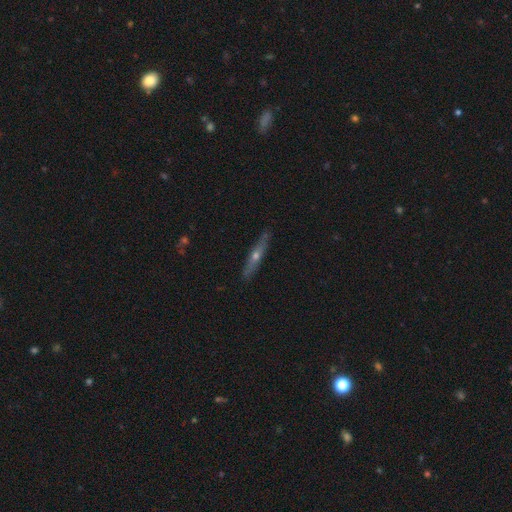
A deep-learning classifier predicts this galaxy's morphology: featured or disk 65%, smooth 29%, star or artifact 6%. Down the decision tree: edge-on disk — yes (92%); edge-on bulge — rounded (88%); merging — none (88%).